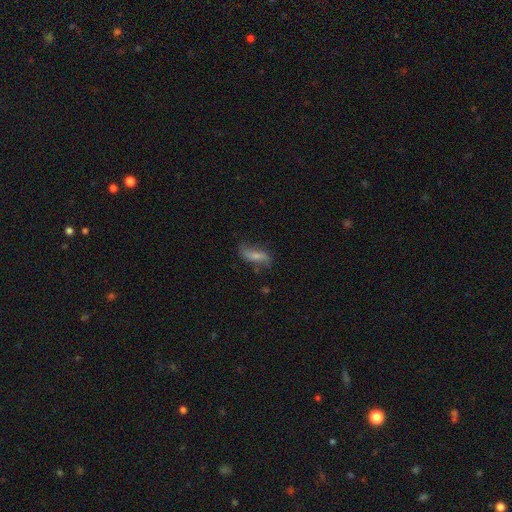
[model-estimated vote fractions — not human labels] Smooth or featured: featured or disk — 50% (smooth — 41%)
Edge-on disk: no — 85% (yes — 15%)
Merging: none — 62% (minor disturbance — 25%)